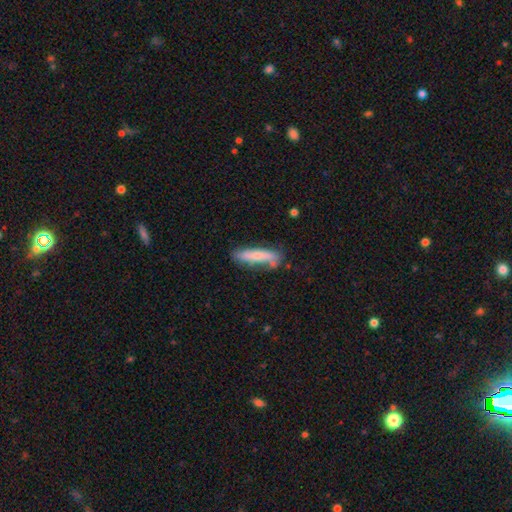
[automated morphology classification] Smooth or featured? Predicted: smooth (p=0.65). How rounded? Predicted: cigar-shaped (p=0.82). Merging? Predicted: none (p=0.68).